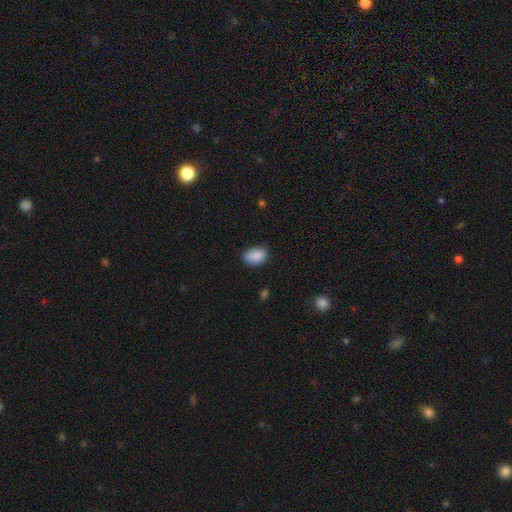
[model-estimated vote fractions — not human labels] This is clearly a smooth galaxy (90%). How rounded: clearly in between (85%). Merging: clearly none (84%).